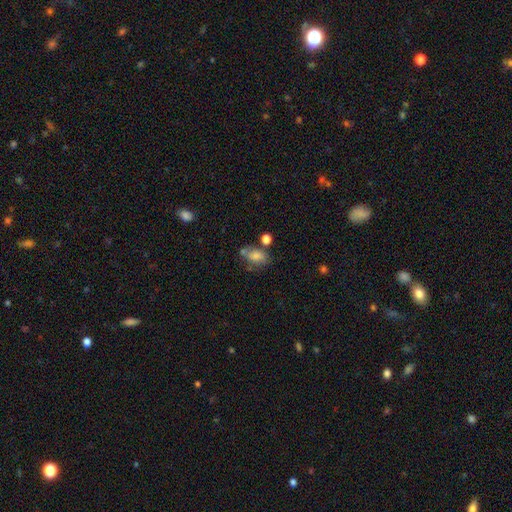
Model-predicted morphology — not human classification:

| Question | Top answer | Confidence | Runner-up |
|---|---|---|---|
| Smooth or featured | smooth | 72% | featured or disk (17%) |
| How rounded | in between | 84% | round (13%) |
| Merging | none | 48% | minor disturbance (23%) |